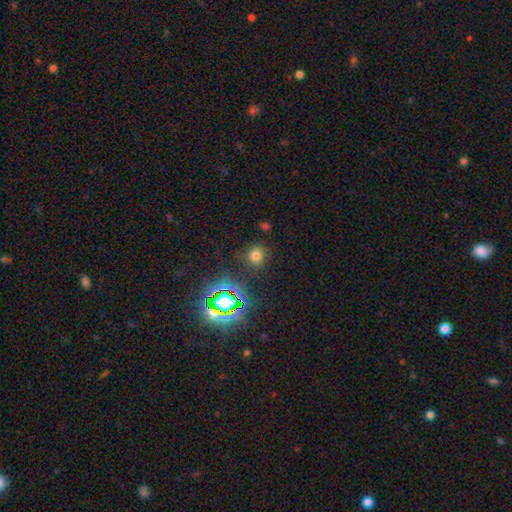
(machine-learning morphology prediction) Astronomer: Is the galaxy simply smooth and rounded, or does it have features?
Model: smooth — 68%.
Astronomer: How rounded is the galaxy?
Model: round — 86%.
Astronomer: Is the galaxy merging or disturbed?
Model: none — 85%.